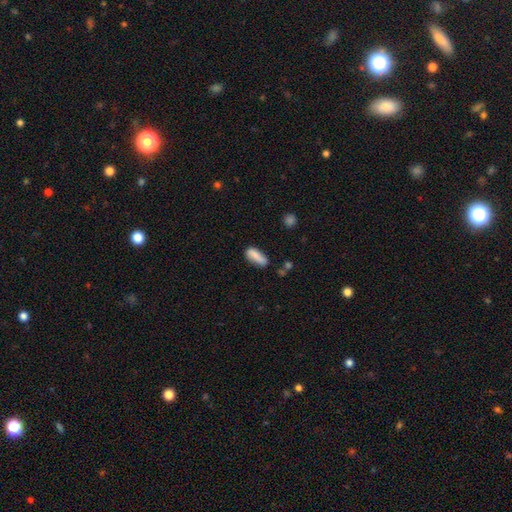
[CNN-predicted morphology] smooth-or-featured: smooth: 84% | featured or disk: 8% | star or artifact: 8%
  how-rounded: in between: 60% | cigar-shaped: 38% | round: 2%
  merging: none: 67% | minor disturbance: 22% | major disturbance: 5% | merger: 5%